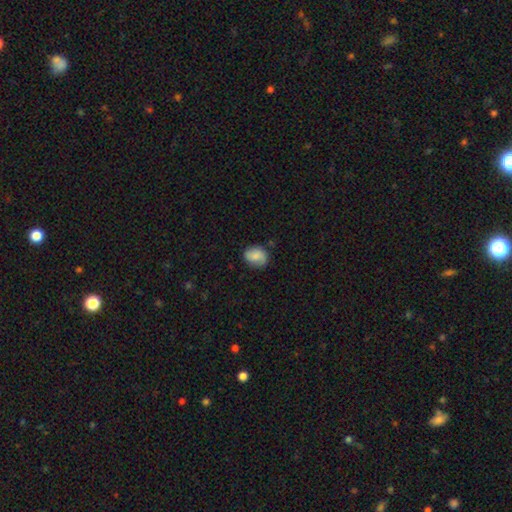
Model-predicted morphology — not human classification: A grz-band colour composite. It shows a smooth galaxy with no disk features (68%) that is in between round and cigar-shaped (51%). Merging: none (69%).